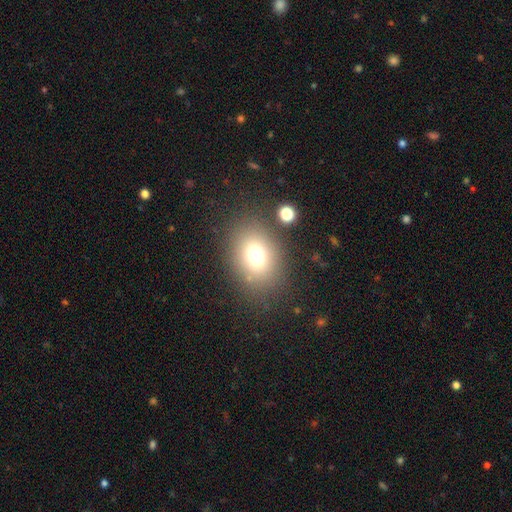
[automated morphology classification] A smooth galaxy with no disk features (72%) that is in between round and cigar-shaped (53%). Merging: none (79%).